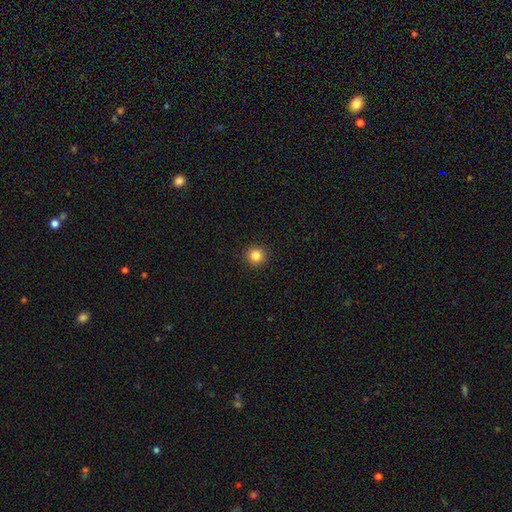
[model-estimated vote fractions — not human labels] smooth-or-featured: smooth: 84% | star or artifact: 11% | featured or disk: 5%
  how-rounded: round: 95% | in between: 4% | cigar-shaped: 1%
  merging: none: 93% | minor disturbance: 5% | major disturbance: 2% | merger: 1%